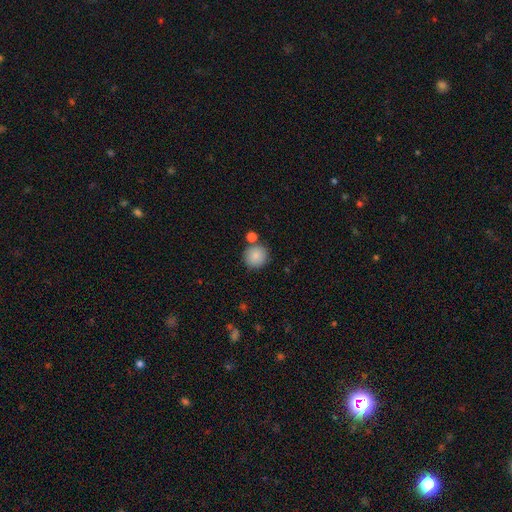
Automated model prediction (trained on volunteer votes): A smooth galaxy with no disk features (86%) that is round (92%).

Vote fractions:
- Smooth or featured? smooth: 86% / star or artifact: 8% / featured or disk: 6%
- How rounded? round: 92% / in between: 7% / cigar-shaped: 1%
- Merging? none: 77% / merger: 12% / minor disturbance: 9% / major disturbance: 3%